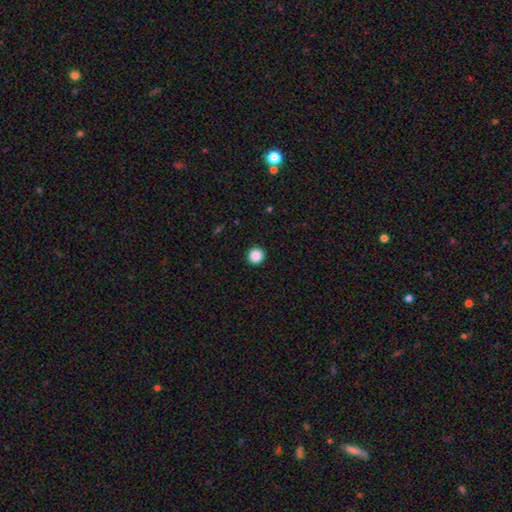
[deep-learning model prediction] Morphology: type=smooth (88%); roundness=round (96%); merging=none (93%).